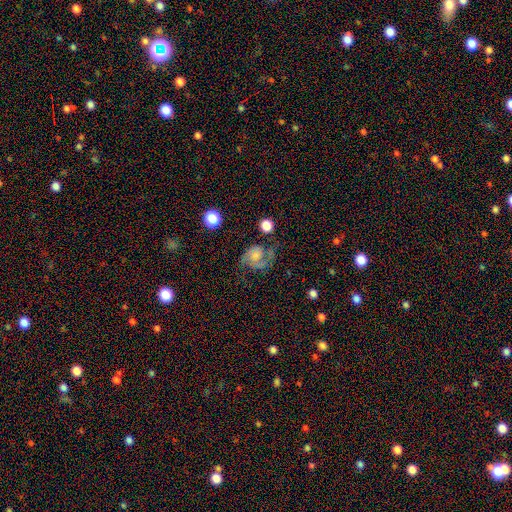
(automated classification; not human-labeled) Smooth or featured? featured or disk (71%)
Edge-on disk? no (98%)
Bar? no (73%)
Spiral arms? yes (90%)
Spiral winding? medium (48%)
Spiral arm count? 2 (70%)
Bulge size? moderate (34%)
Merging? none (47%)